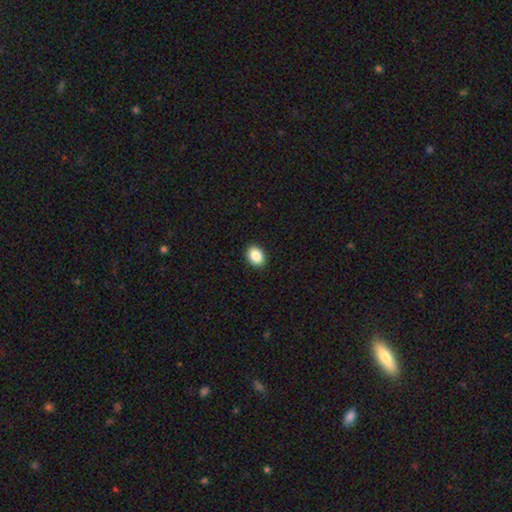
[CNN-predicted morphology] Overall: smooth (88%). How rounded: in between (67%; round 32%). Merging: none (91%).